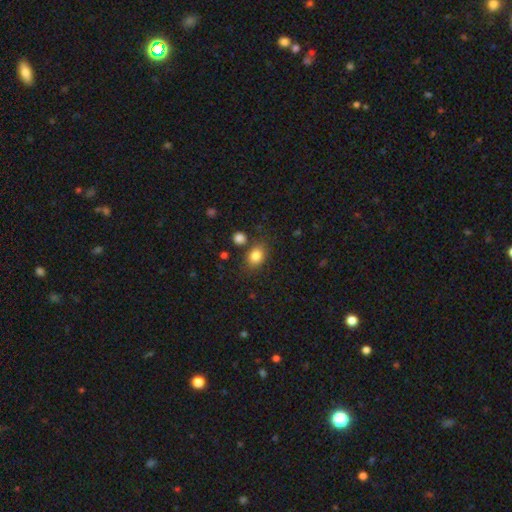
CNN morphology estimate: This is clearly a smooth galaxy (83%). How rounded: possibly in between (59%). Merging: likely none (74%).